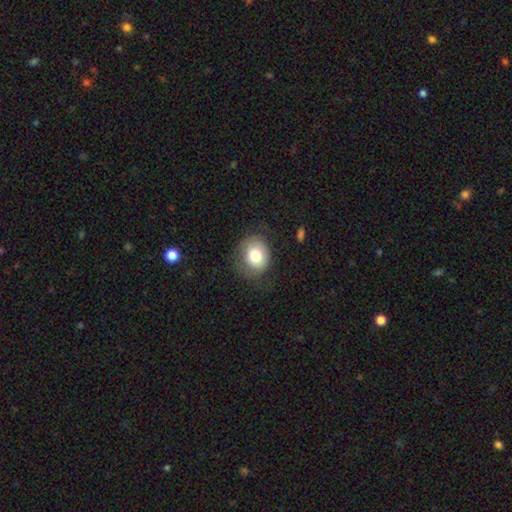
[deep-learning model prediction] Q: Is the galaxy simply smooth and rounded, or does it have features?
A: smooth — 79%.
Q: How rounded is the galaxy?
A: round — 61%.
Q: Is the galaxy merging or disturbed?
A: none — 67%.